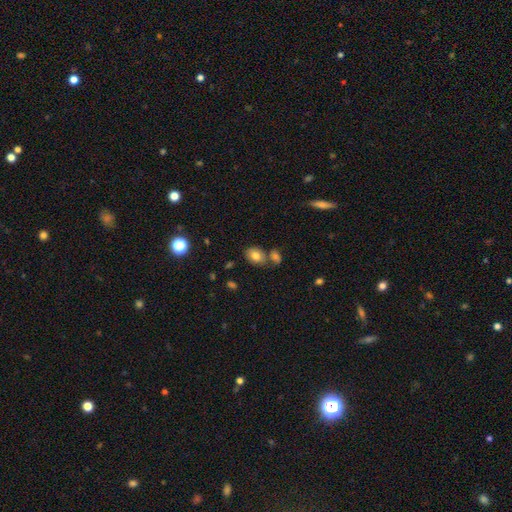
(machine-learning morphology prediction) smooth-or-featured: smooth: 77% | featured or disk: 12% | star or artifact: 11%
  how-rounded: in between: 62% | round: 37% | cigar-shaped: 1%
  merging: none: 62% | merger: 21% | minor disturbance: 13% | major disturbance: 4%